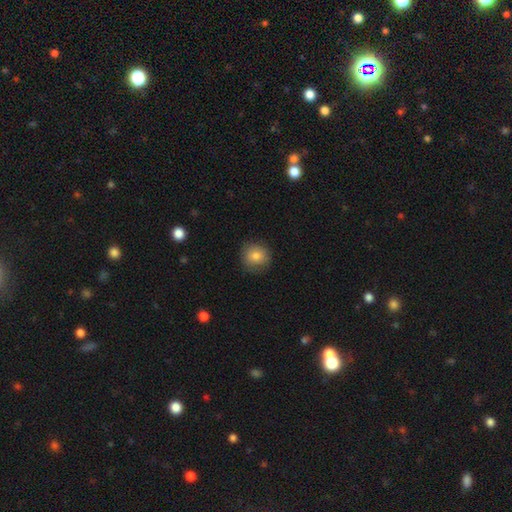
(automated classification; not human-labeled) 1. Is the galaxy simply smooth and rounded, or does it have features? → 82% smooth, 10% featured or disk, 8% star or artifact.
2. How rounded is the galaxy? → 88% round, 11% in between, 1% cigar-shaped.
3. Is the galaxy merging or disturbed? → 84% none, 12% minor disturbance, 3% major disturbance, 1% merger.